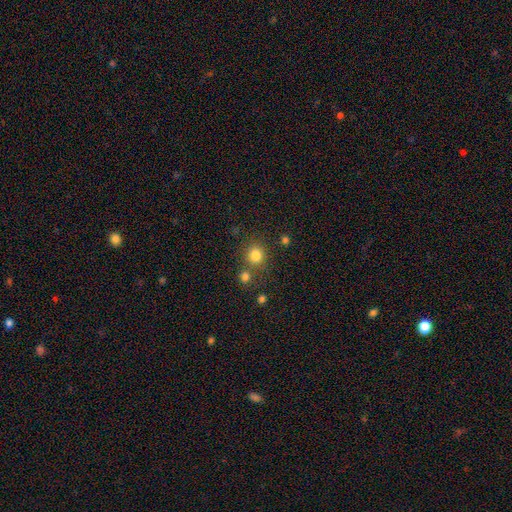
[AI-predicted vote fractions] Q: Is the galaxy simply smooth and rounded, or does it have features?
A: smooth — 80%.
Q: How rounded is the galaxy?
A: round — 84%.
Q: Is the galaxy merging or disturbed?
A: none — 72%.